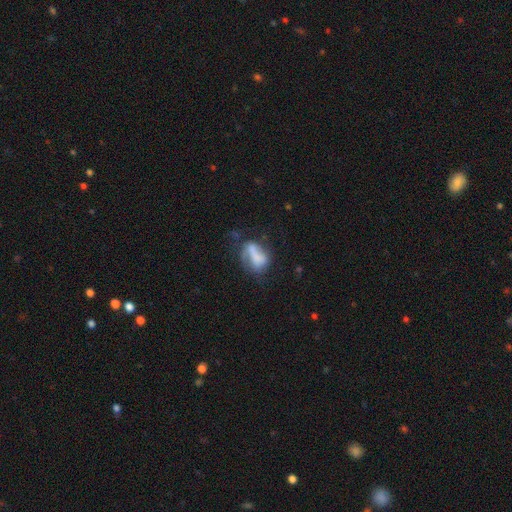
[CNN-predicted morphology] smooth 53%, featured or disk 36%, star or artifact 11%. Down the decision tree: how rounded — in between (77%); merging — major disturbance (31%, tied with none).